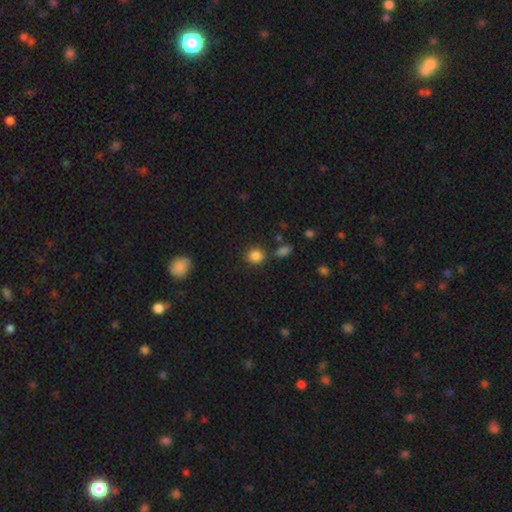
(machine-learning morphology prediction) The model was most divided on "how rounded": round: 83%, in between: 16%, cigar-shaped: 1%. More confident: smooth or featured — smooth (85%); merging — none (80%).